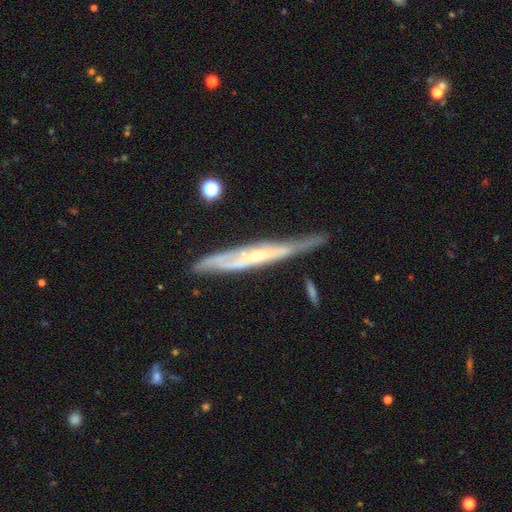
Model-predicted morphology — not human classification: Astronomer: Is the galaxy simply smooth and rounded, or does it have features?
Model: featured or disk — 76%.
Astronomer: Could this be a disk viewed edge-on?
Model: yes — 74%.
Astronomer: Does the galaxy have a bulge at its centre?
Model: rounded — 48% (runner-up: none, 45%).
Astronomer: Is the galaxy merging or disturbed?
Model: none — 60%.